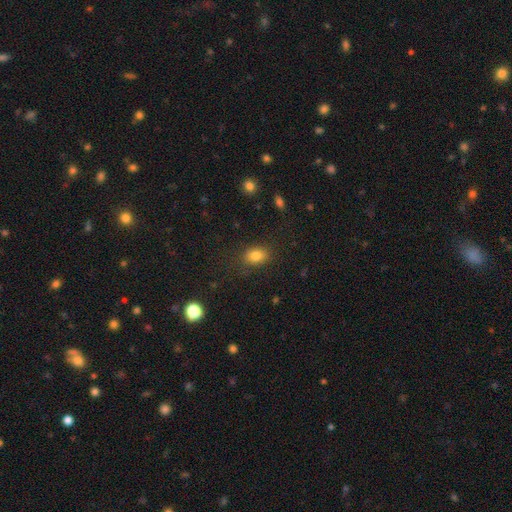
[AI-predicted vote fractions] Smooth or featured: smooth — 81% (star or artifact — 11%)
How rounded: in between — 73% (round — 25%)
Merging: none — 81% (minor disturbance — 13%)